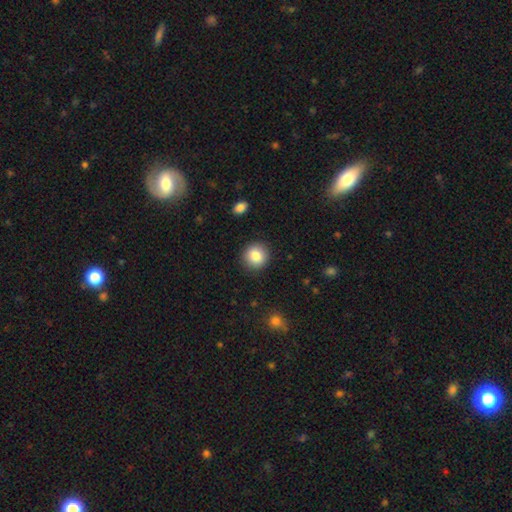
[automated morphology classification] This appears to be a smooth galaxy with no disk features (84%) that is round (89%). Merging: none (90%).